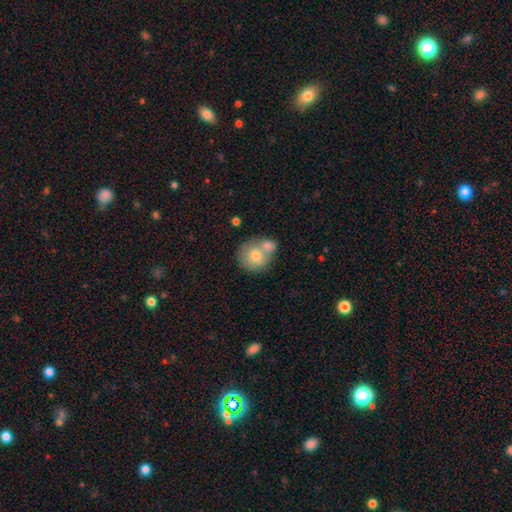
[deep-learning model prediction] smooth_or_featured: smooth (p=0.74) [alt: featured or disk p=0.19]
how_rounded: round (p=0.83) [alt: in between p=0.17]
merging: merger (p=0.51) [alt: none p=0.36]